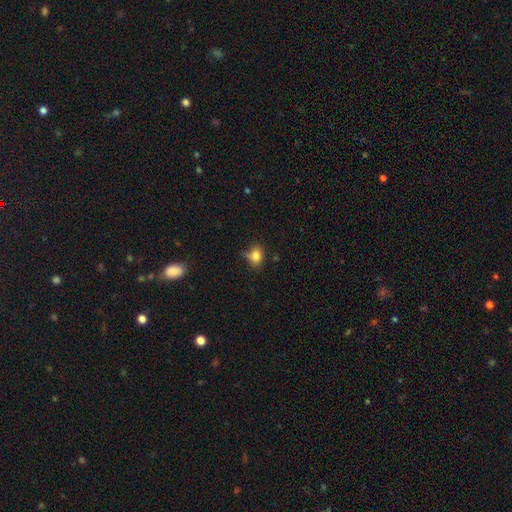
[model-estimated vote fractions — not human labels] This is clearly a smooth galaxy (82%). How rounded: possibly in between (52%). Merging: likely none (64%).